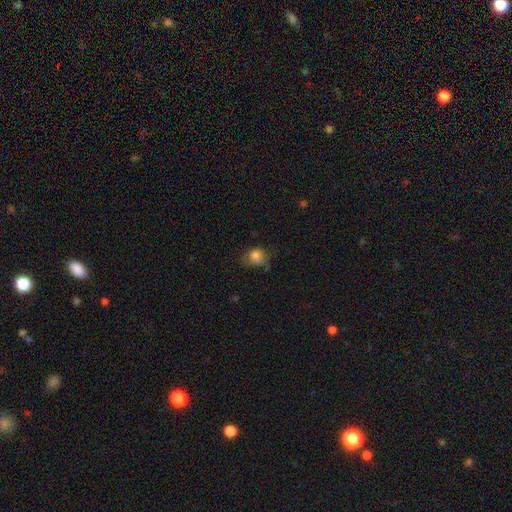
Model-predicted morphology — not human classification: Q: Smooth or featured?
A: smooth (79%); runner-up: star or artifact (10%)
Q: How rounded?
A: round (59%); runner-up: in between (40%)
Q: Merging?
A: none (49%); runner-up: minor disturbance (33%)